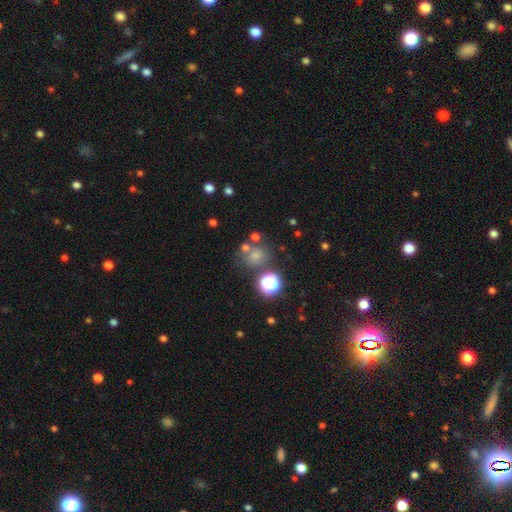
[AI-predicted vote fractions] smooth-or-featured: smooth: 62% | star or artifact: 26% | featured or disk: 12%
  how-rounded: round: 82% | in between: 17% | cigar-shaped: 1%
  merging: none: 62% | merger: 19% | minor disturbance: 13% | major disturbance: 6%